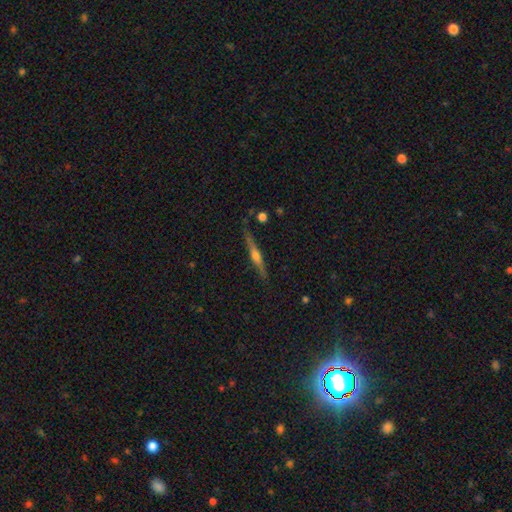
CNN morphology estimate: Smooth or featured? featured or disk (71%)
Edge-on disk? yes (97%)
Edge-on bulge? rounded (82%)
Merging? none (84%)